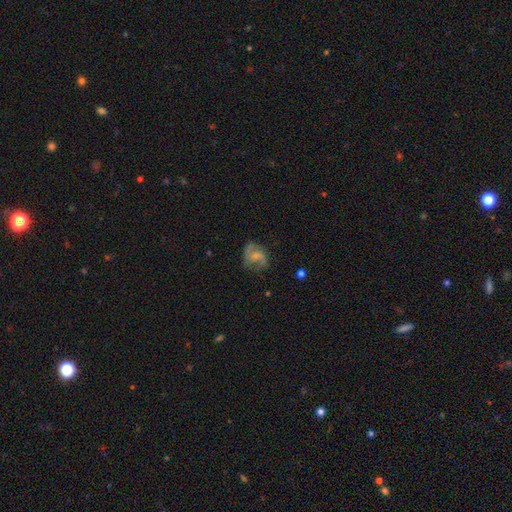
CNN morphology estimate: smooth-or-featured: featured or disk: 68% | smooth: 24% | star or artifact: 8%
  disk-edge-on: no: 98% | yes: 2%
    bar: no: 52% | weak: 39% | strong: 8%
    has-spiral-arms: yes: 89% | no: 11%
      spiral-winding: medium: 50% | loose: 31% | tight: 19%
      spiral-arm-count: 2: 81% | can't tell: 8% | 1: 5% | 3: 3% | 4: 1% | more than 4: 1%
    bulge-size: none: 37% | small: 31% | moderate: 24% | large: 6% | dominant: 1%
  merging: none: 63% | minor disturbance: 22% | major disturbance: 14% | merger: 2%